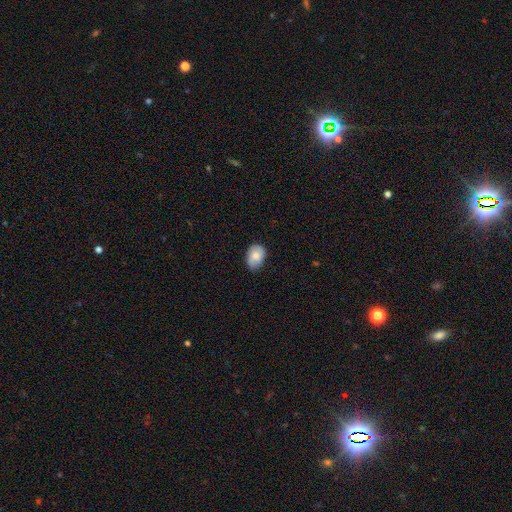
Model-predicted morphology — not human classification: A smooth galaxy with no disk features (72%) that is in between round and cigar-shaped (76%). Merging: none (65%).